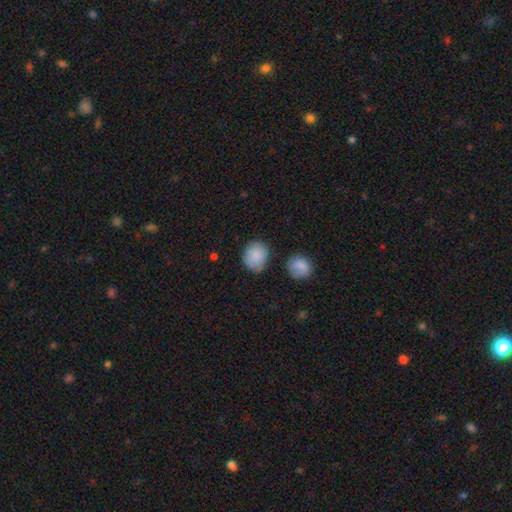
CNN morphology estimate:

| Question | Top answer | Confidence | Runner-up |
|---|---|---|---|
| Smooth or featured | smooth | 86% | star or artifact (7%) |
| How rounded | round | 72% | in between (27%) |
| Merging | none | 70% | minor disturbance (19%) |